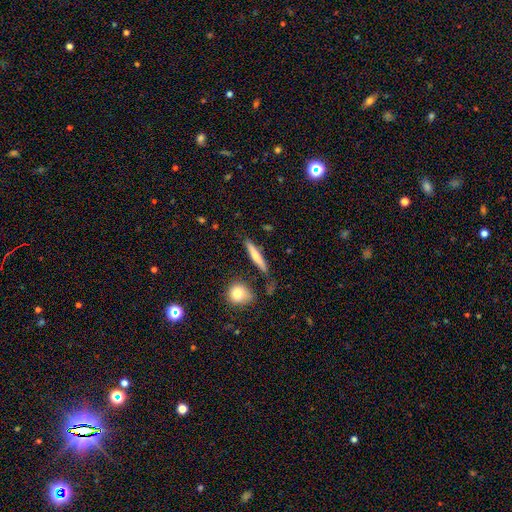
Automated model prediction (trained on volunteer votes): This is likely a smooth galaxy (62%). How rounded: clearly cigar-shaped (88%). Merging: clearly none (82%).